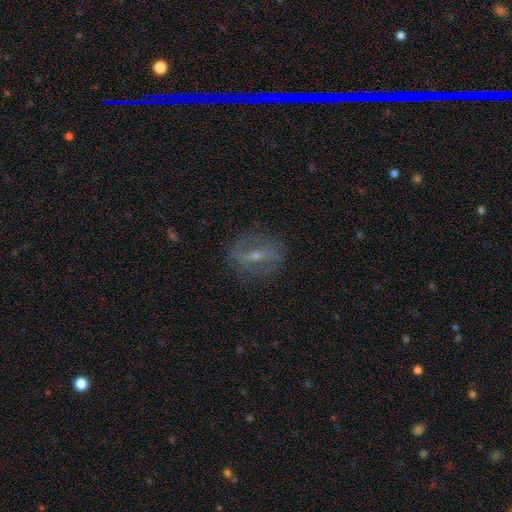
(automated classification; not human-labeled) Smooth or featured?
  - featured or disk: 68% *
  - smooth: 22%
  - star or artifact: 10%
Edge-on disk?
  - no: 81% *
  - yes: 19%
Bar?
  - strong: 54% *
  - weak: 32%
  - no: 14%
Spiral arms?
  - no: 57% *
  - yes: 43%
Bulge size?
  - small: 63% *
  - moderate: 30%
  - none: 5%
  - large: 2%
  - dominant: 1%
Merging?
  - none: 77% *
  - minor disturbance: 14%
  - major disturbance: 8%
  - merger: 1%